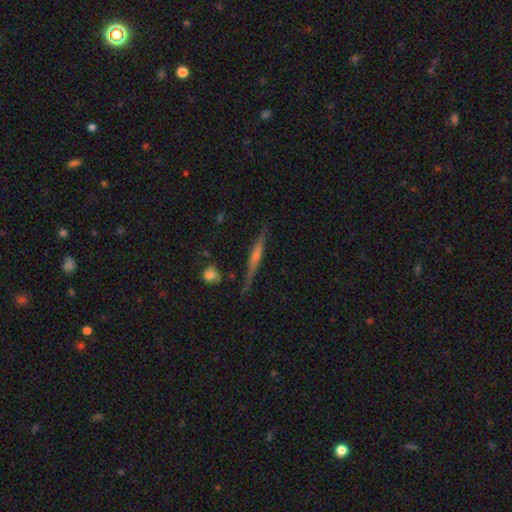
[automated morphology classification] Smooth or featured?
  - featured or disk: 62% *
  - smooth: 30%
  - star or artifact: 8%
Edge-on disk?
  - yes: 96% *
  - no: 4%
Edge-on bulge?
  - rounded: 45% *
  - none: 35%
  - boxy: 19%
Merging?
  - none: 81% *
  - minor disturbance: 13%
  - major disturbance: 3%
  - merger: 3%